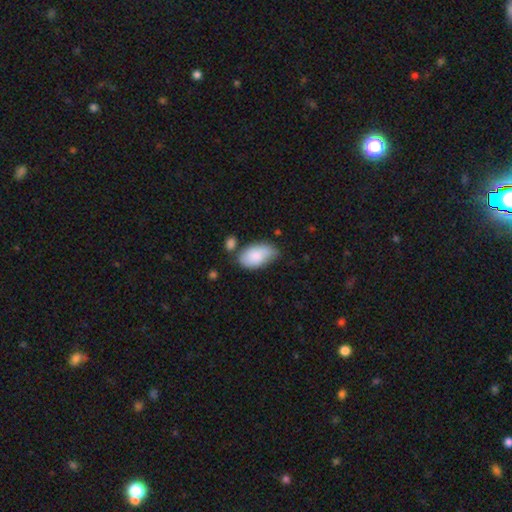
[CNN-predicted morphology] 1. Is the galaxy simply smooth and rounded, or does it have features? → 82% smooth, 12% featured or disk, 6% star or artifact.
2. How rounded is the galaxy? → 94% in between, 4% round, 2% cigar-shaped.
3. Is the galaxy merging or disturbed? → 52% none, 30% minor disturbance, 11% merger, 7% major disturbance.